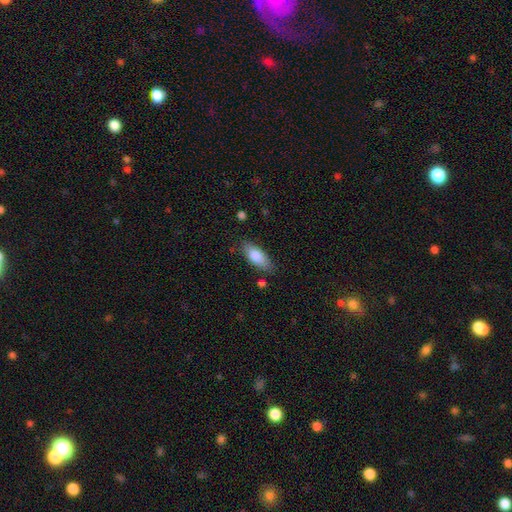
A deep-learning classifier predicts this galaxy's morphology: smooth_or_featured: smooth (p=0.82) [alt: featured or disk p=0.12]
how_rounded: in between (p=0.81) [alt: cigar-shaped p=0.17]
merging: none (p=0.77) [alt: minor disturbance p=0.16]